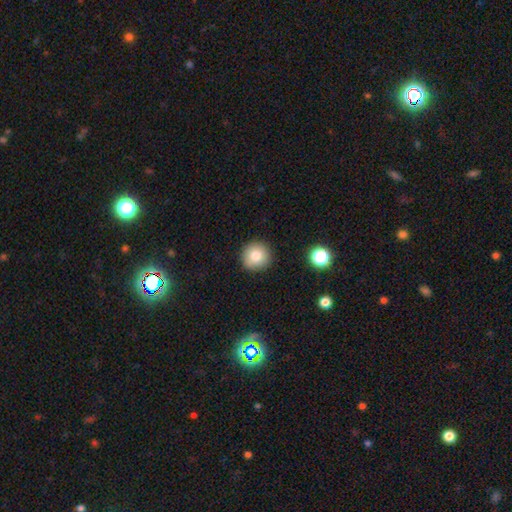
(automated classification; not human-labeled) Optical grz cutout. It shows a smooth galaxy with no disk features (82%) that is round (94%). Merging: none (90%).